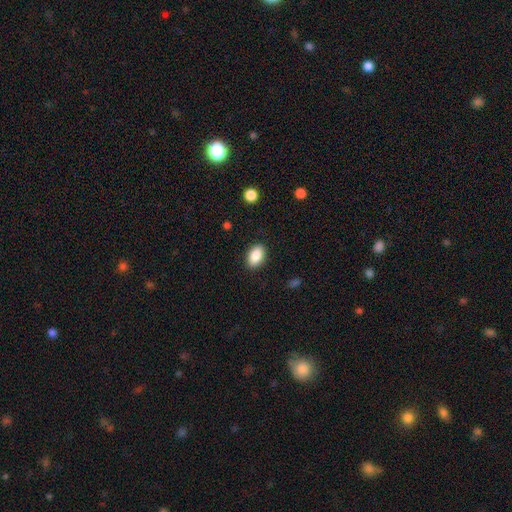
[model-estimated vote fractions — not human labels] smooth_or_featured: smooth (p=0.89) [alt: star or artifact p=0.07]
how_rounded: in between (p=0.90) [alt: round p=0.09]
merging: none (p=0.88) [alt: minor disturbance p=0.09]